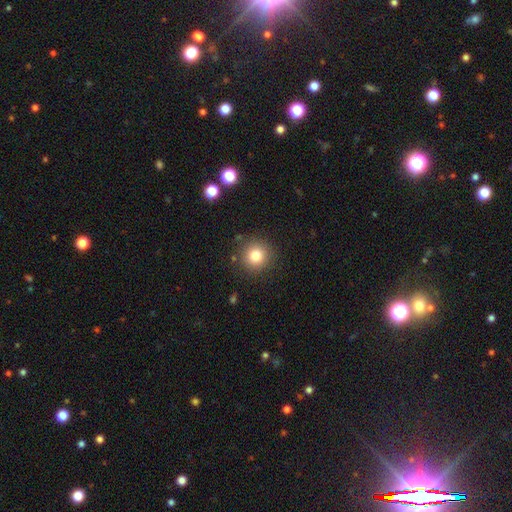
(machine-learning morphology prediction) Smooth or featured? Predicted: smooth (p=0.80). How rounded? Predicted: round (p=0.94). Merging? Predicted: none (p=0.88).